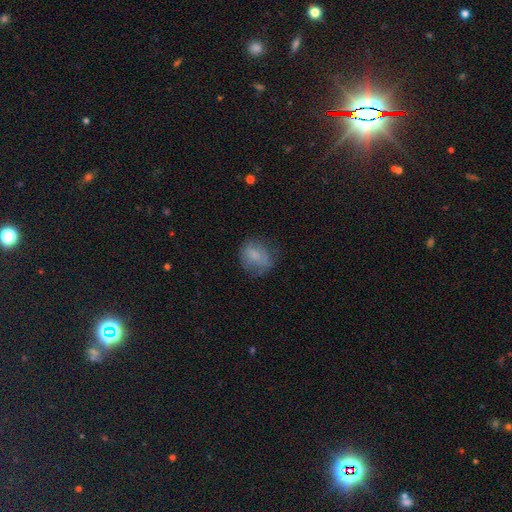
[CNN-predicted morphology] type=smooth (72%); roundness=round (55%); merging=none (58%).